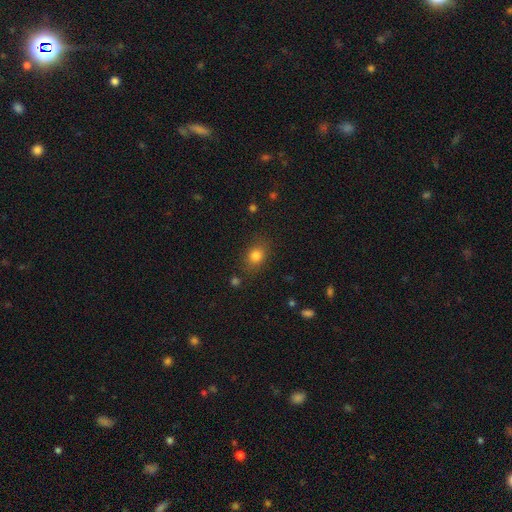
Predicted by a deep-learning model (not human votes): Overall: smooth (80%). How rounded: in between (55%; round 44%). Merging: none (80%).